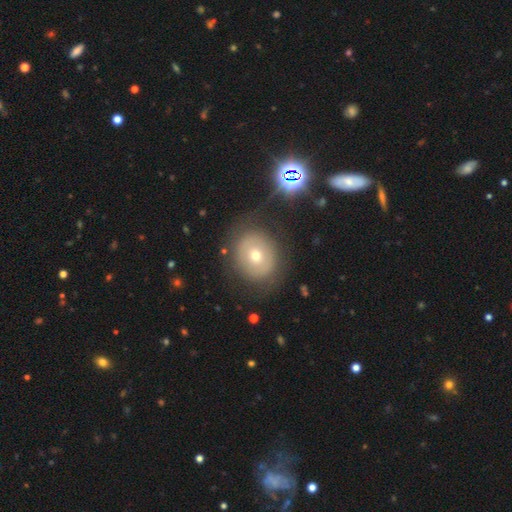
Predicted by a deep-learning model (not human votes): smooth 53%, featured or disk 33%, star or artifact 14%. Down the decision tree: how rounded — round (76%); merging — none (77%).